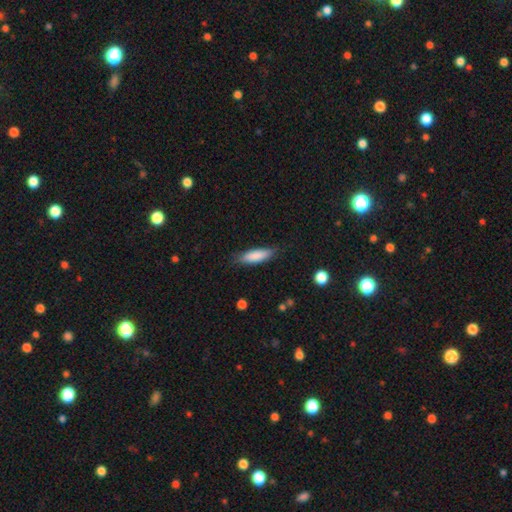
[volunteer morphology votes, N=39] Smooth or featured: smooth — 72% (featured or disk — 23%)
How rounded: in between — 50% (tied with cigar-shaped — 50%)
Merging: none — 65% (minor disturbance — 27%)